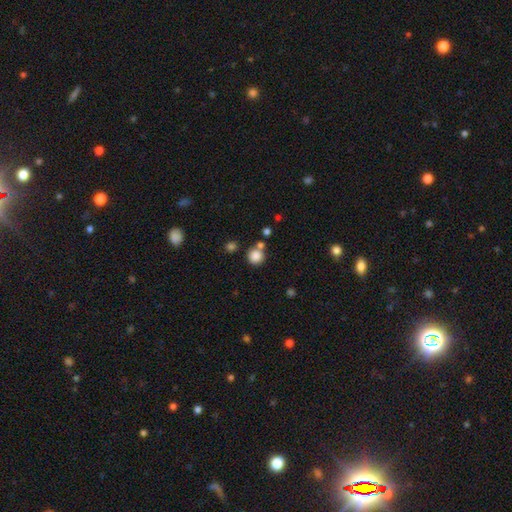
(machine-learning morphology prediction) Smooth or featured: smooth — 84% (star or artifact — 11%)
How rounded: round — 92% (in between — 7%)
Merging: none — 68% (merger — 18%)